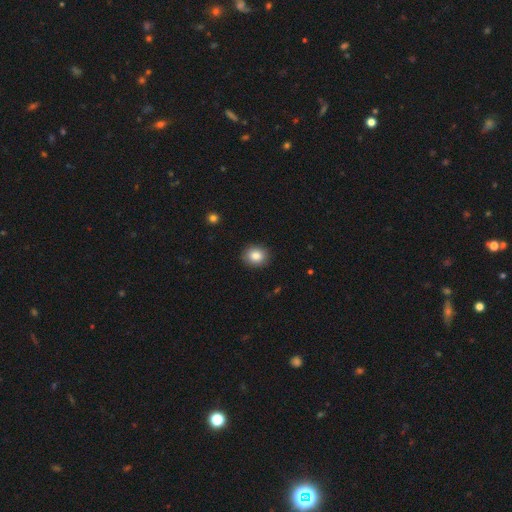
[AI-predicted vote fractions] Smooth or featured? smooth (85%)
How rounded? round (70%)
Merging? none (90%)